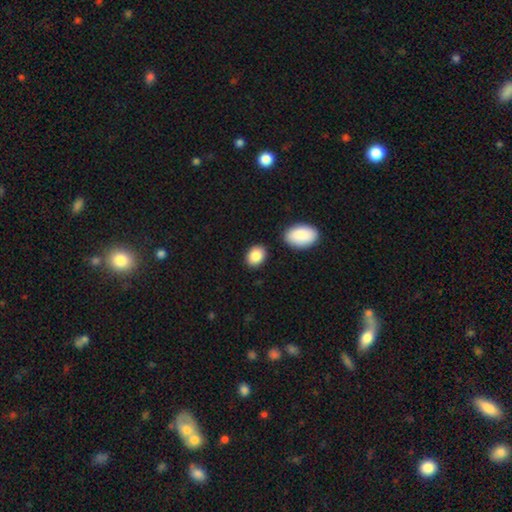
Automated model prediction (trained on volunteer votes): A smooth galaxy with no disk features (87%) that is in between round and cigar-shaped (74%).

Vote fractions:
- Smooth or featured? smooth: 87% / star or artifact: 7% / featured or disk: 6%
- How rounded? in between: 74% / round: 24% / cigar-shaped: 1%
- Merging? none: 81% / minor disturbance: 10% / merger: 7% / major disturbance: 2%